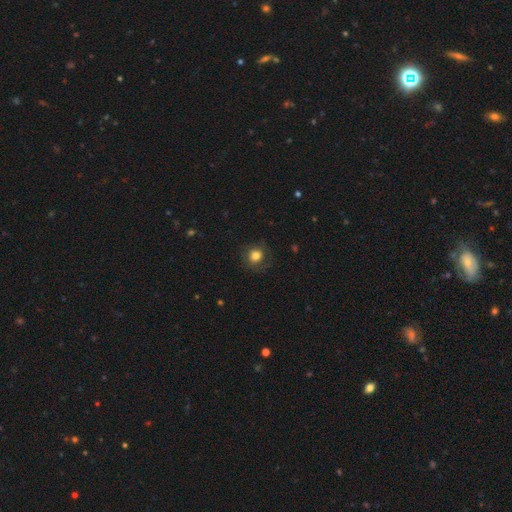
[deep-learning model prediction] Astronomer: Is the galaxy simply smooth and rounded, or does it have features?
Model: smooth — 75%.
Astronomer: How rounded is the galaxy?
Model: round — 81%.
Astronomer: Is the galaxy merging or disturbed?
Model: none — 75%.